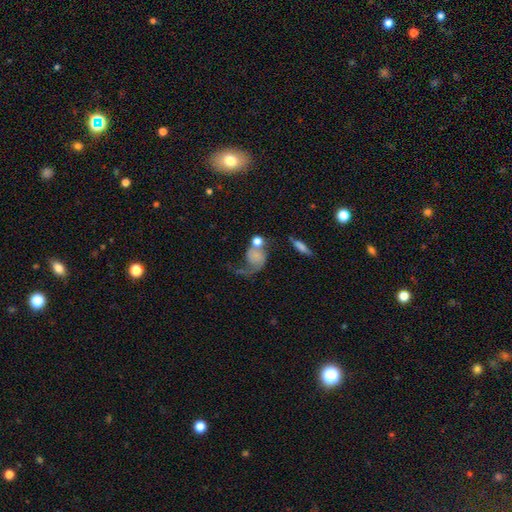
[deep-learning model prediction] Q: Smooth or featured?
A: featured or disk (48%); runner-up: smooth (42%)
Q: Merging?
A: major disturbance (33%); runner-up: merger (29%)